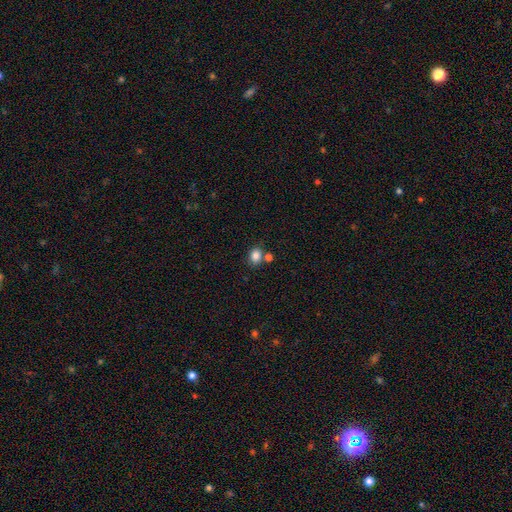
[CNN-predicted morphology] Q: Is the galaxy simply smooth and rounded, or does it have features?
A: smooth — 83%.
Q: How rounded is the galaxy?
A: round — 51%.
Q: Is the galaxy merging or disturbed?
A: none — 66%.